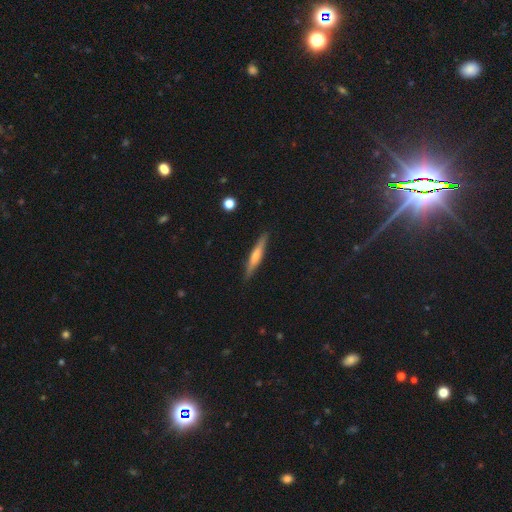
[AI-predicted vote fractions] Overall: smooth (50%; featured or disk 44%). Merging: none (89%).